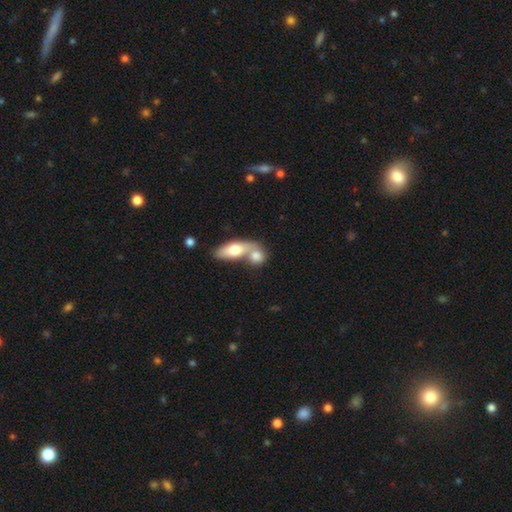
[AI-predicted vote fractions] Overall: smooth (76%). How rounded: in between (60%; round 32%). Merging: merger (66%).